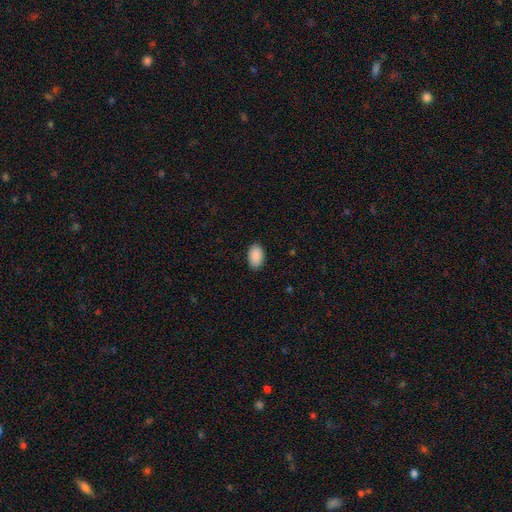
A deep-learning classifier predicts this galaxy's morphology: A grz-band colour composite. It shows a smooth galaxy with no disk features (91%) that is in between round and cigar-shaped (92%). Merging: none (88%).